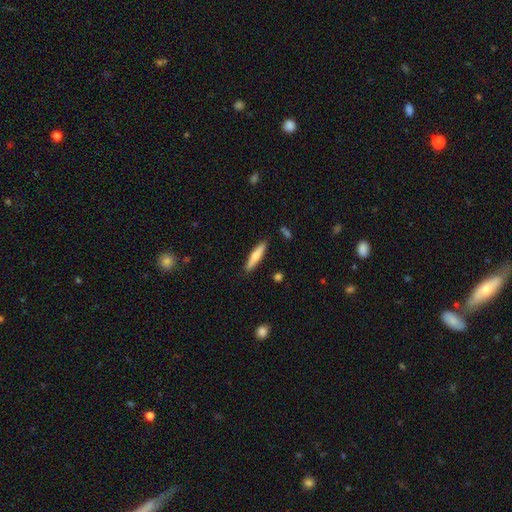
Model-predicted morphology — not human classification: The model was most divided on "smooth or featured": smooth: 69%, featured or disk: 25%, star or artifact: 6%. More confident: merging — none (88%); how rounded — cigar-shaped (85%).